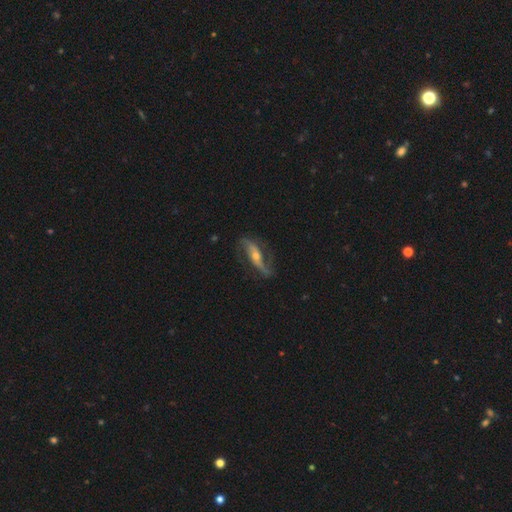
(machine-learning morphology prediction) A featured or disk galaxy (84%) with a strong bar (39%), 2 (90%) loose (64%) spiral arms (94%) and a moderate central bulge (52%).

Vote fractions:
- Smooth or featured? featured or disk: 84% / smooth: 11% / star or artifact: 6%
- Edge-on disk? no: 80% / yes: 20%
- Bar? strong: 39% / no: 35% / weak: 25%
- Spiral arms? yes: 94% / no: 6%
- Spiral winding? loose: 64% / medium: 26% / tight: 10%
- Spiral arm count? 2: 90% / can't tell: 3% / 1: 3% / 3: 1% / 4: 1% / more than 4: 1%
- Bulge size? moderate: 52% / small: 43% / large: 3% / none: 1% / dominant: 1%
- Merging? none: 73% / minor disturbance: 16% / major disturbance: 9% / merger: 2%